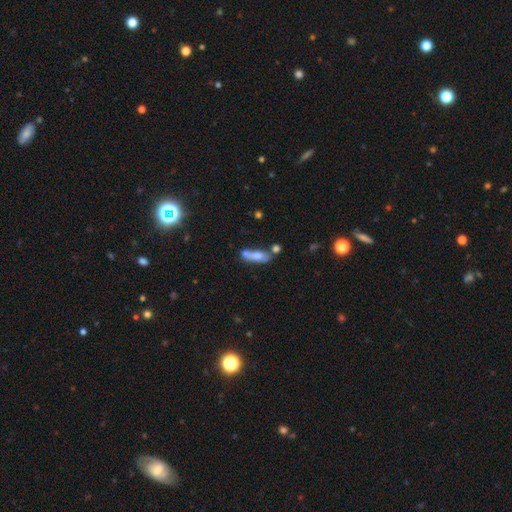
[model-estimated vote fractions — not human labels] Smooth or featured?
  - smooth: 61% *
  - featured or disk: 30%
  - star or artifact: 9%
How rounded?
  - cigar-shaped: 49% *
  - in between: 47%
  - round: 4%
Merging?
  - merger: 35% *
  - none: 33%
  - minor disturbance: 19%
  - major disturbance: 14%